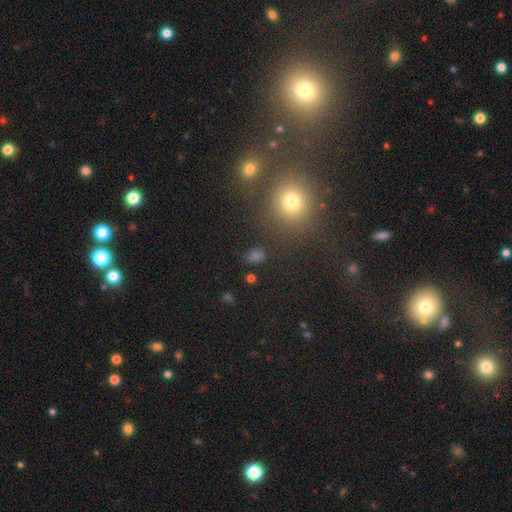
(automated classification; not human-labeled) This appears to be a smooth galaxy with no disk features (65%) that is round (51%). Merging: none (79%).